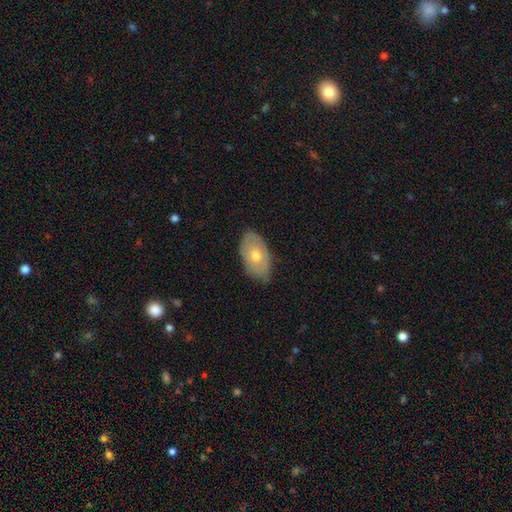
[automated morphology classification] Overall: smooth (51%; featured or disk 43%). How rounded: in between (92%). Merging: none (79%).